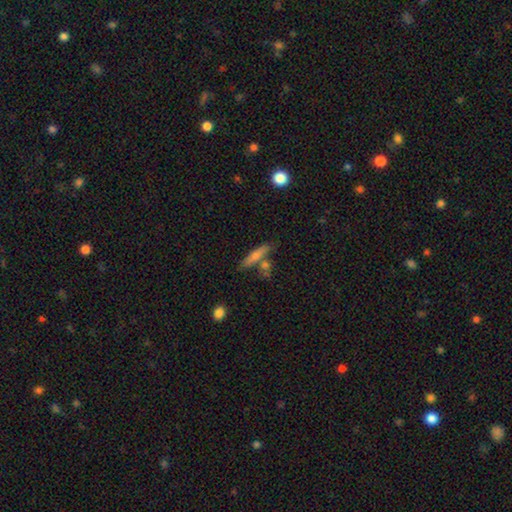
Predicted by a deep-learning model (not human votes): Overall: smooth (48%; featured or disk 43%). Merging: none (70%).